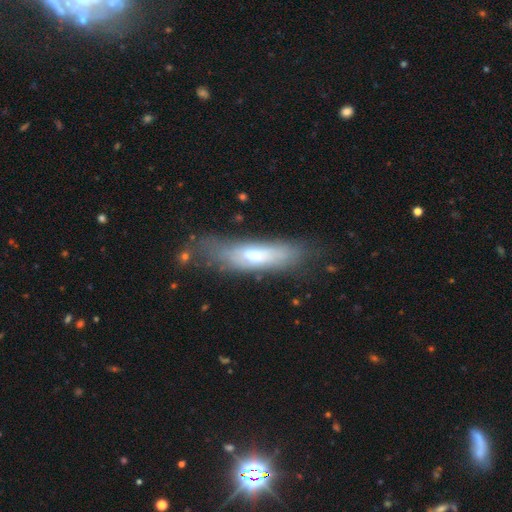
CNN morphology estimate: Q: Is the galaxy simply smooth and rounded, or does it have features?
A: smooth — 48%.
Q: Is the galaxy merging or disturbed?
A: none — 56%.